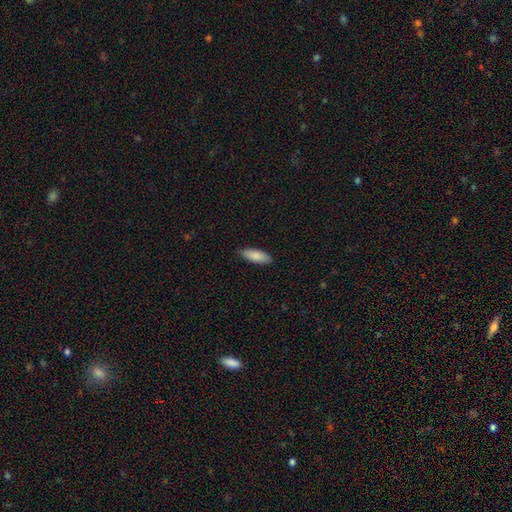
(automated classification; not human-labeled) smooth 87%, featured or disk 7%, star or artifact 6%. Down the decision tree: how rounded — in between (68%); merging — none (88%).